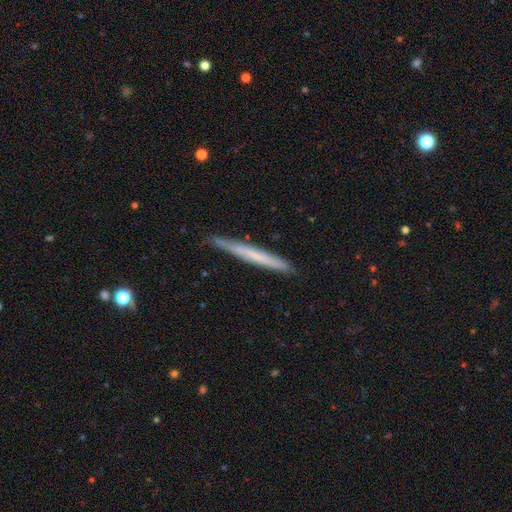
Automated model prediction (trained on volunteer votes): Overall: smooth (51%; featured or disk 42%). How rounded: cigar-shaped (97%). Merging: none (85%).